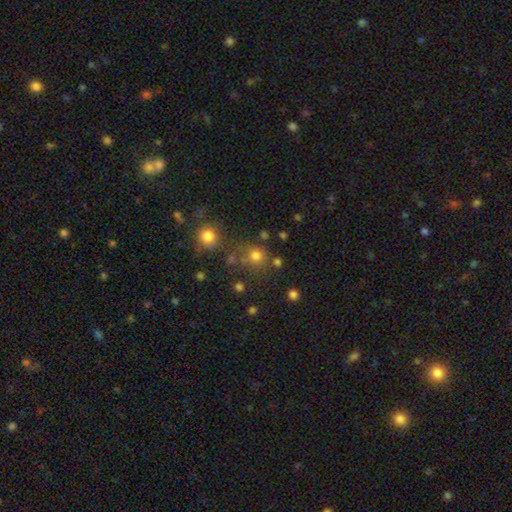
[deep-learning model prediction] Overall: smooth (76%). How rounded: round (89%). Merging: none (69%).